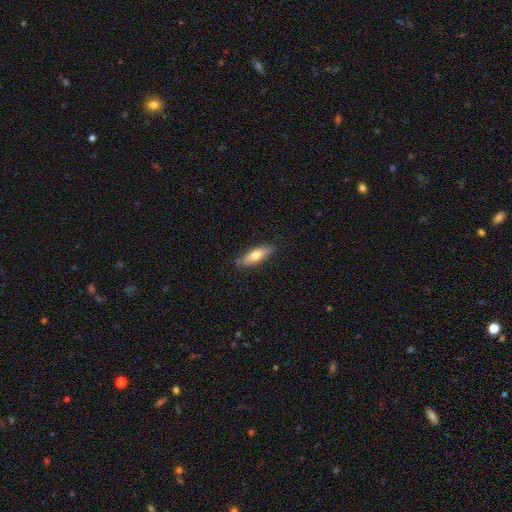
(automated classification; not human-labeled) smooth 65%, featured or disk 28%, star or artifact 6%. Down the decision tree: how rounded — in between (55%); merging — none (80%).